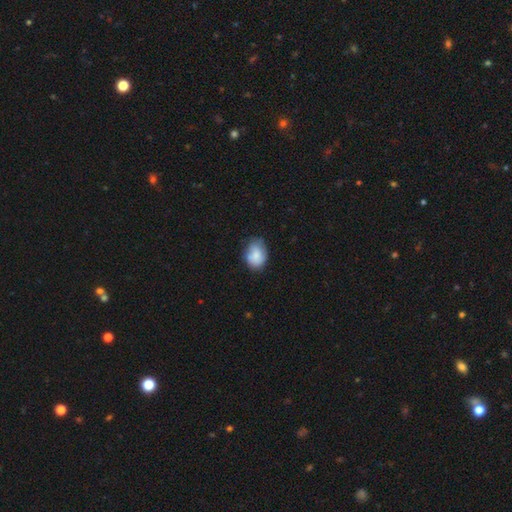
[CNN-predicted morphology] smooth-or-featured: smooth: 79% | featured or disk: 14% | star or artifact: 7%
  how-rounded: in between: 68% | round: 31% | cigar-shaped: 1%
  merging: none: 62% | minor disturbance: 29% | major disturbance: 7% | merger: 3%